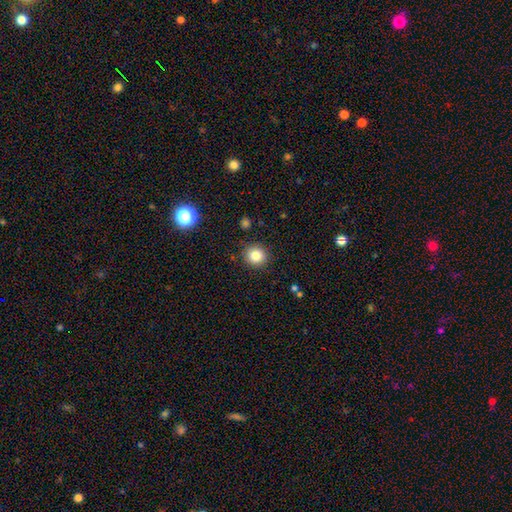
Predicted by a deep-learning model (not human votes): Q: Smooth or featured?
A: smooth (82%); runner-up: star or artifact (11%)
Q: How rounded?
A: round (90%); runner-up: in between (10%)
Q: Merging?
A: none (89%); runner-up: minor disturbance (7%)